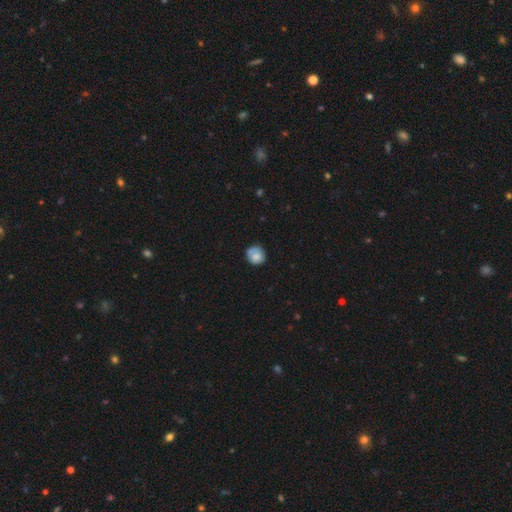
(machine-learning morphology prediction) Smooth or featured?
  - smooth: 70% *
  - featured or disk: 22%
  - star or artifact: 8%
How rounded?
  - round: 81% *
  - in between: 18%
  - cigar-shaped: 1%
Merging?
  - none: 64% *
  - minor disturbance: 24%
  - major disturbance: 8%
  - merger: 4%